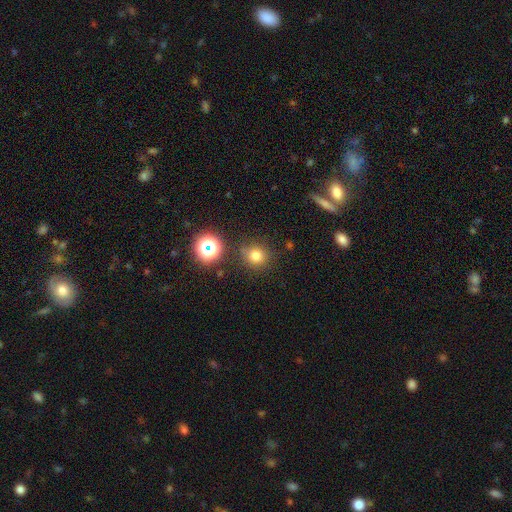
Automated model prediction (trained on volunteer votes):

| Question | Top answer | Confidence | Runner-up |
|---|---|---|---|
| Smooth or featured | smooth | 75% | star or artifact (18%) |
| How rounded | round | 88% | in between (11%) |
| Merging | none | 81% | minor disturbance (11%) |